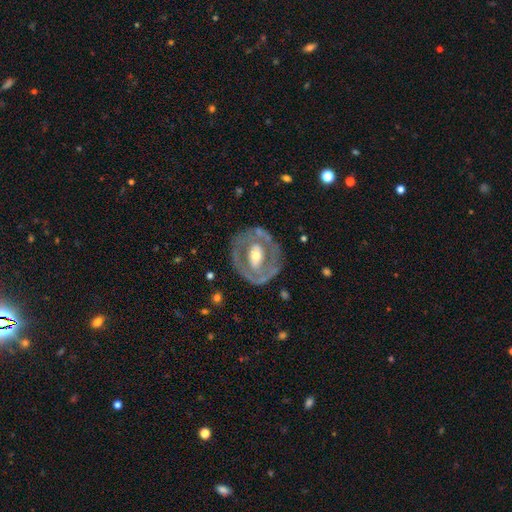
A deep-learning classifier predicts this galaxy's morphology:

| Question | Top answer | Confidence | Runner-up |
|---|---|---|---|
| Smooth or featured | featured or disk | 69% | smooth (26%) |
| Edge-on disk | no | 94% | yes (6%) |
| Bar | no | 53% | weak (27%) |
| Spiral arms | no | 76% | yes (24%) |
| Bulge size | moderate | 67% | small (19%) |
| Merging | none | 72% | minor disturbance (16%) |